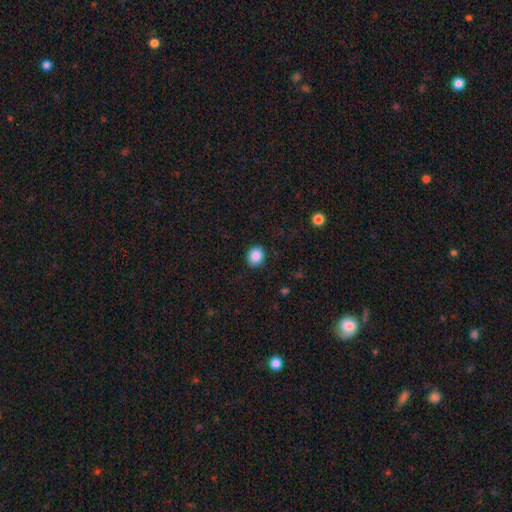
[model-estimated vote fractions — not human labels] Smooth or featured? Predicted: smooth (p=0.88). How rounded? Predicted: round (p=0.60). Merging? Predicted: none (p=0.89).